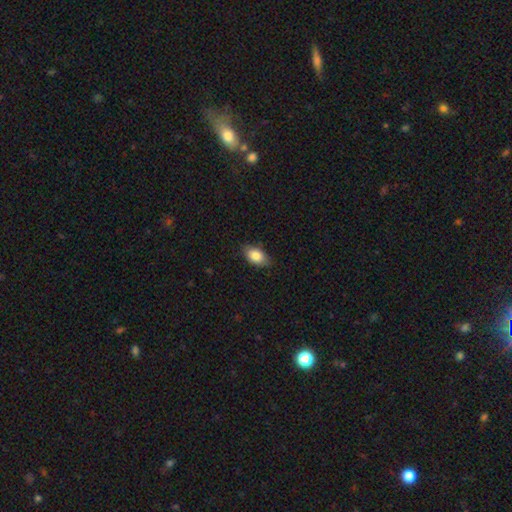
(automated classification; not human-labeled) Smooth or featured? Predicted: smooth (p=0.84). How rounded? Predicted: in between (p=0.90). Merging? Predicted: none (p=0.81).